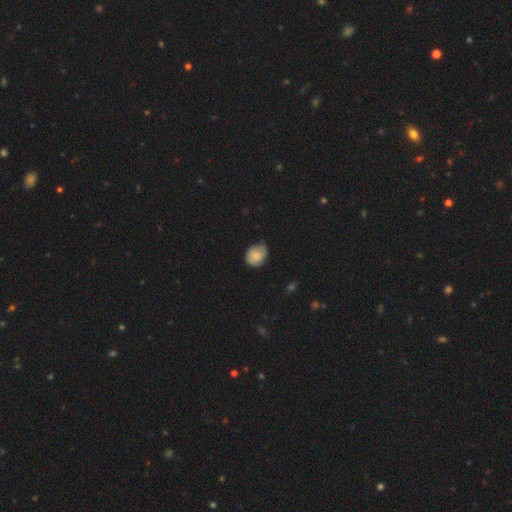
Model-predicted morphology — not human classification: type=smooth (80%); roundness=in between (51%); merging=none (64%).